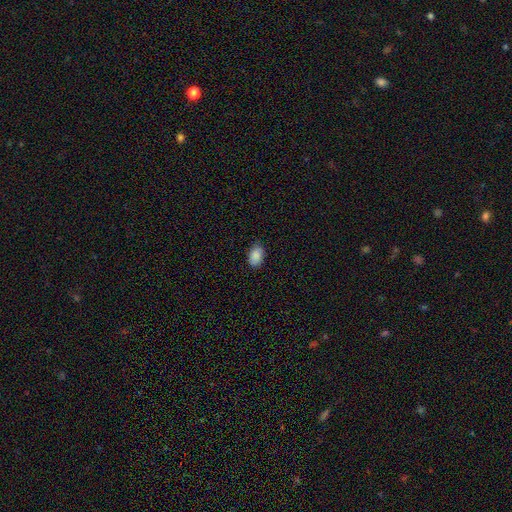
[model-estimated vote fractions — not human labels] This appears to be a smooth galaxy with no disk features (88%) that is in between round and cigar-shaped (88%). Merging: none (82%).